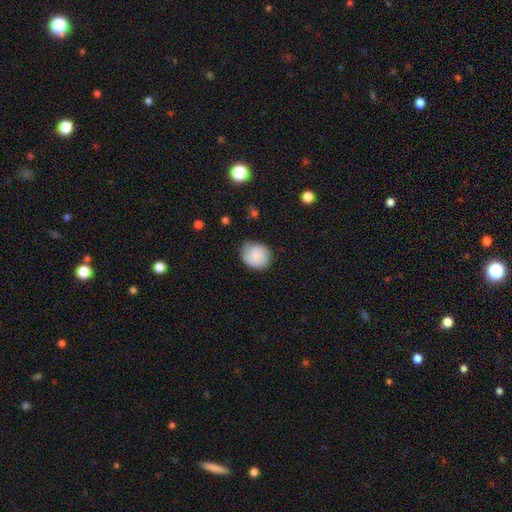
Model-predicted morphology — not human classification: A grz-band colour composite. It shows a smooth galaxy with no disk features (73%) that is round (68%). Merging: none (73%).